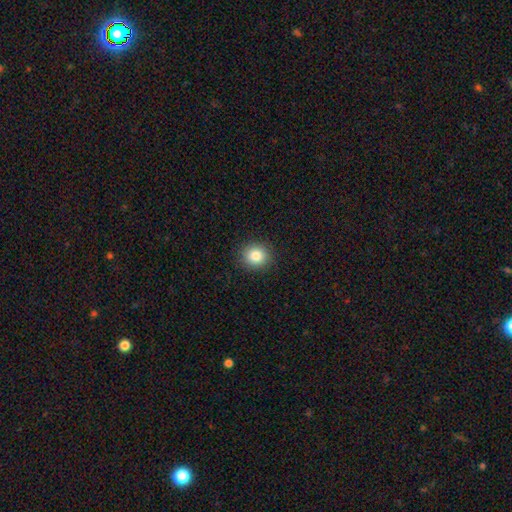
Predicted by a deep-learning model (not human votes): This is clearly a smooth galaxy (83%). How rounded: clearly round (86%). Merging: clearly none (90%).